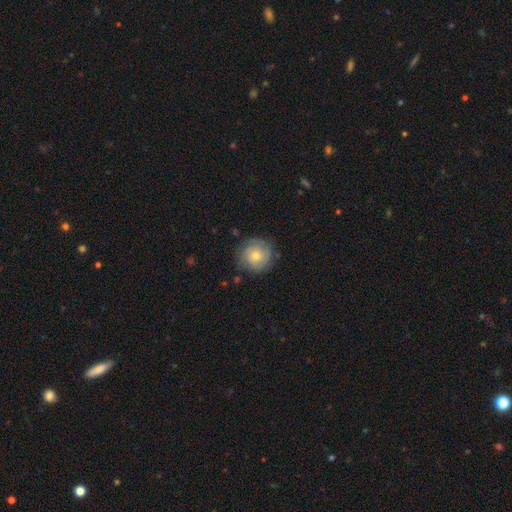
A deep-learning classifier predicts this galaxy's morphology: This is possibly a featured or disk galaxy (51%). It is clearly not viewed edge-on (97%). Merging: clearly none (81%).